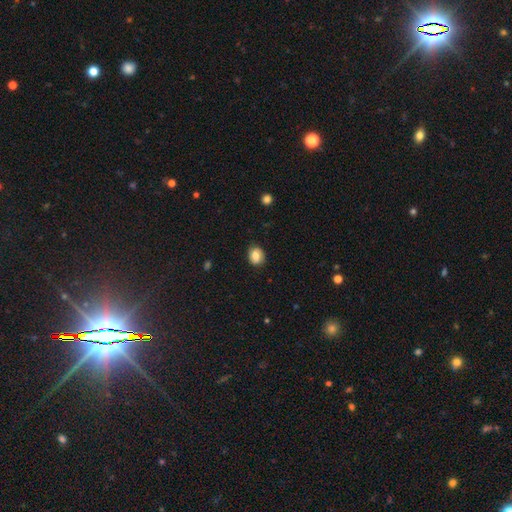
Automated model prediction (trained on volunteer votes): Smooth or featured? Predicted: smooth (p=0.78). How rounded? Predicted: round (p=0.60). Merging? Predicted: none (p=0.84).